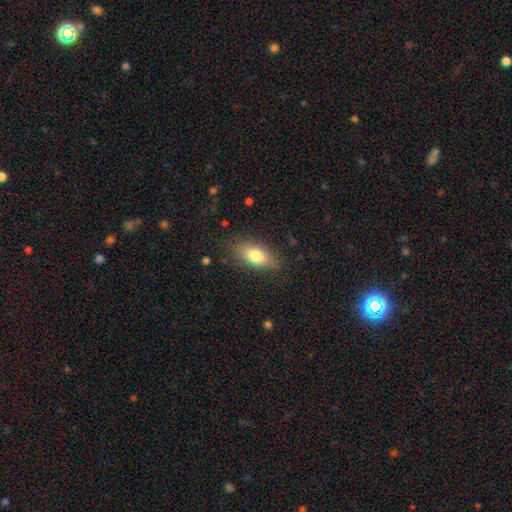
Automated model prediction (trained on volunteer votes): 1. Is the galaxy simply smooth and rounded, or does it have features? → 76% smooth, 17% featured or disk, 7% star or artifact.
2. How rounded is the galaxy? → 83% in between, 12% cigar-shaped, 5% round.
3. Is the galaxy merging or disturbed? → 77% none, 16% minor disturbance, 5% major disturbance, 1% merger.